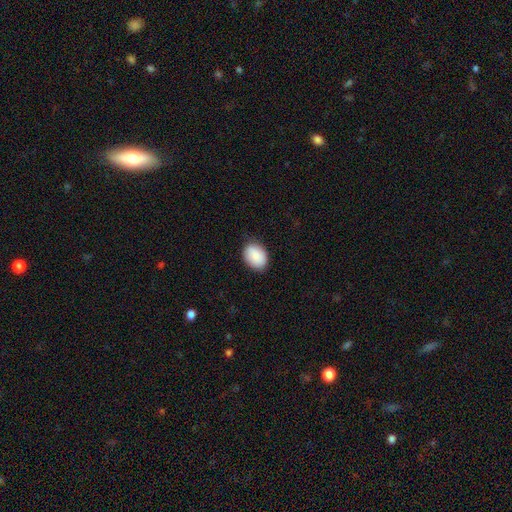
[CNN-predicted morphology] Smooth or featured? smooth (89%)
How rounded? in between (77%)
Merging? none (81%)